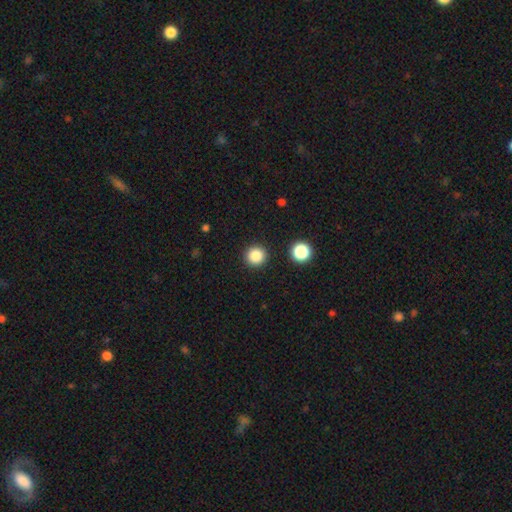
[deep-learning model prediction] Overall: smooth (85%). How rounded: round (95%). Merging: none (91%).